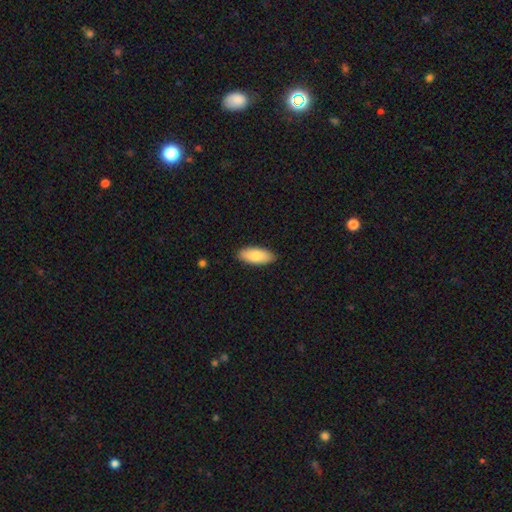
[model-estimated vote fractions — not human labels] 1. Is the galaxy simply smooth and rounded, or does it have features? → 82% smooth, 13% featured or disk, 6% star or artifact.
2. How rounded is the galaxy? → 86% in between, 12% cigar-shaped, 2% round.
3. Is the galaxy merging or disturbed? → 88% none, 9% minor disturbance, 2% major disturbance, 1% merger.